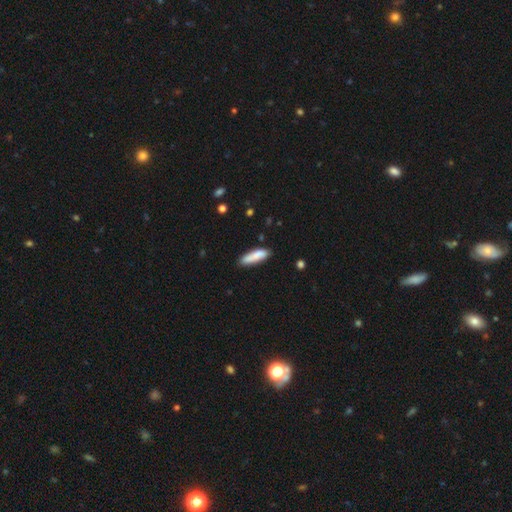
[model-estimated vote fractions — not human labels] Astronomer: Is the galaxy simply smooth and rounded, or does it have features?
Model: smooth — 83%.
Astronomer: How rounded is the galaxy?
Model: cigar-shaped — 66%.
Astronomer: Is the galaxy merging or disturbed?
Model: none — 79%.